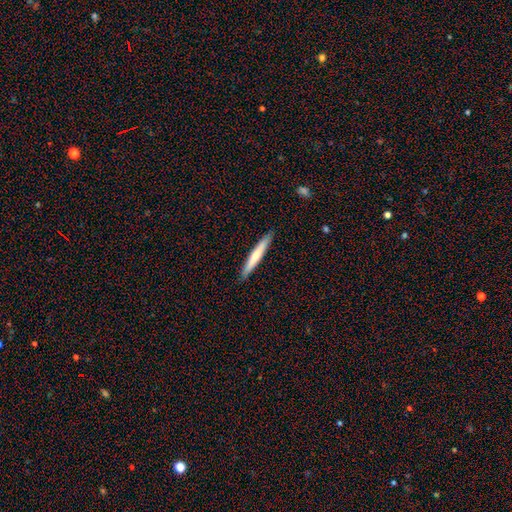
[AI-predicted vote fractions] Overall: smooth (54%; featured or disk 41%). How rounded: cigar-shaped (96%). Merging: none (91%).